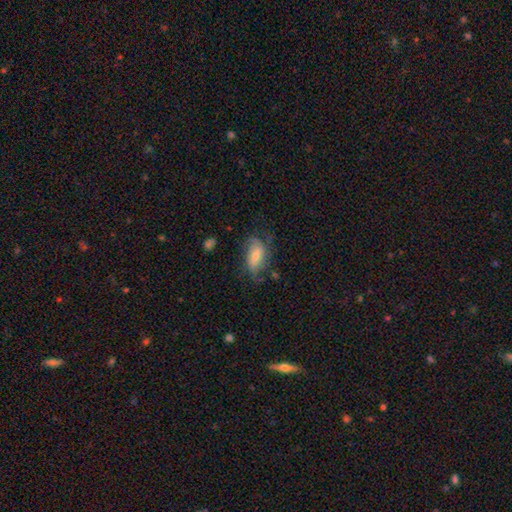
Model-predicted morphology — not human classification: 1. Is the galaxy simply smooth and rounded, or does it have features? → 47% smooth, 45% featured or disk, 8% star or artifact.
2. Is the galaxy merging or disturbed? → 52% none, 27% minor disturbance, 19% major disturbance, 2% merger.